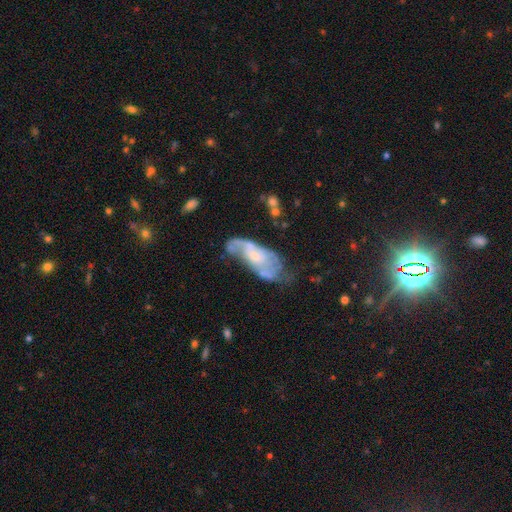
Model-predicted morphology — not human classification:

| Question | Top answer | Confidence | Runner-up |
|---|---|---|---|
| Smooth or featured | featured or disk | 67% | smooth (25%) |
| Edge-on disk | no | 90% | yes (10%) |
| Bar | no | 69% | weak (25%) |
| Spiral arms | yes | 66% | no (34%) |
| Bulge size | small | 46% | moderate (32%) |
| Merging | none | 37% | major disturbance (27%) |